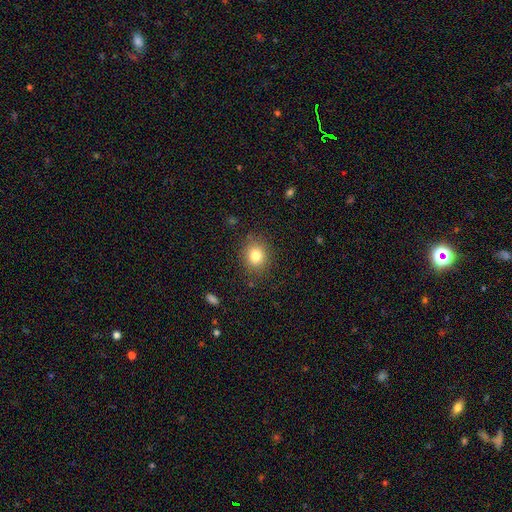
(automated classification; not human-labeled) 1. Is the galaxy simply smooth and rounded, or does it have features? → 81% smooth, 11% star or artifact, 8% featured or disk.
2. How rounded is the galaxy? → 76% round, 23% in between, 1% cigar-shaped.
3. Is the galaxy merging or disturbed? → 86% none, 10% minor disturbance, 3% major disturbance, 1% merger.